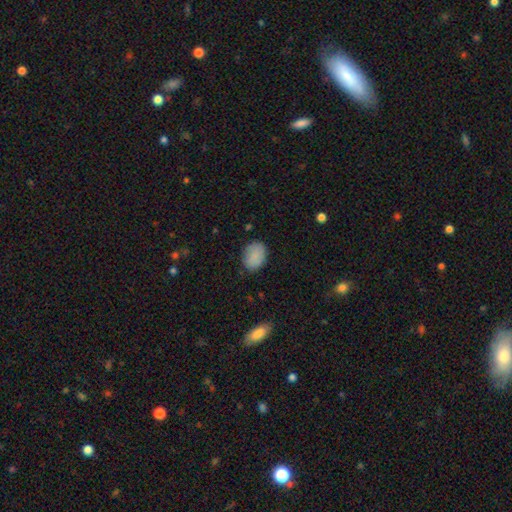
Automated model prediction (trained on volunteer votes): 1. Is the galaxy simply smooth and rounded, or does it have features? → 86% smooth, 8% star or artifact, 6% featured or disk.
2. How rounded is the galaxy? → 69% in between, 30% round, 1% cigar-shaped.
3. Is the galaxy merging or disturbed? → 79% none, 16% minor disturbance, 4% major disturbance, 1% merger.